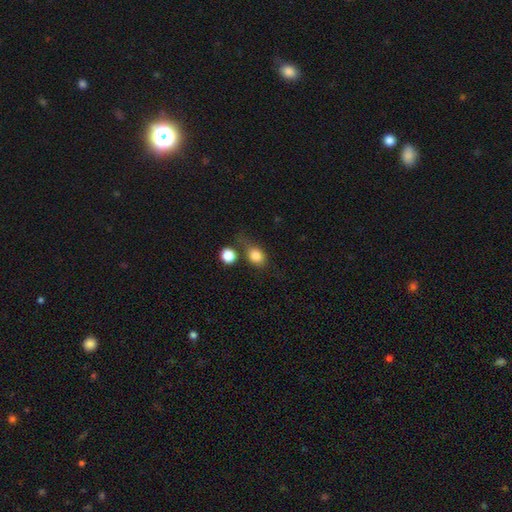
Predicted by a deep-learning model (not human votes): Smooth or featured: smooth — 81% (star or artifact — 10%)
How rounded: round — 53% (in between — 45%)
Merging: none — 48% (merger — 24%)